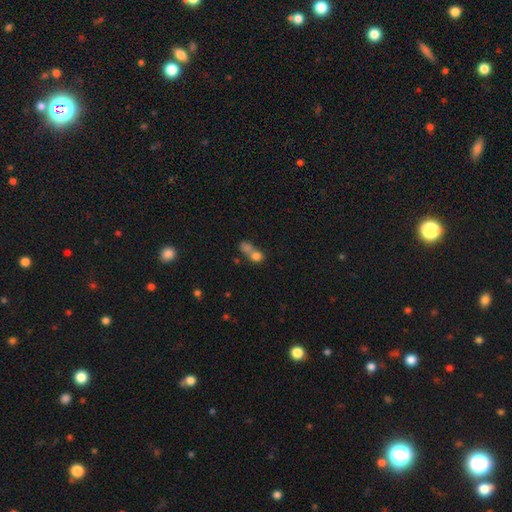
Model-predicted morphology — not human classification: Smooth or featured? smooth (58%)
How rounded? round (61%)
Merging? merger (51%)